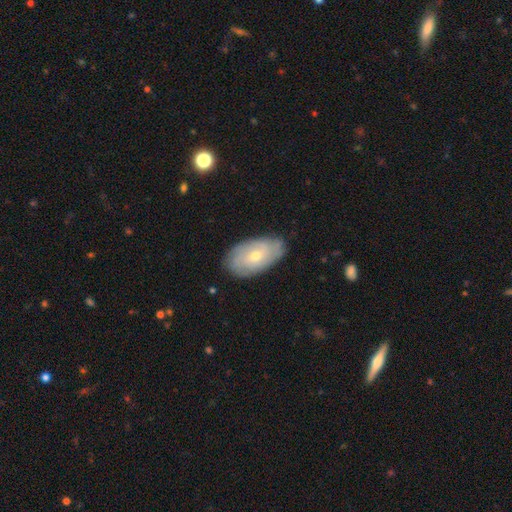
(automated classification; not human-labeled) smooth-or-featured: featured or disk: 59% | smooth: 34% | star or artifact: 7%
  disk-edge-on: no: 92% | yes: 8%
    bar: no: 75% | weak: 21% | strong: 4%
    has-spiral-arms: yes: 75% | no: 25%
    bulge-size: small: 56% | moderate: 41% | large: 1% | none: 1% | dominant: 1%
  merging: none: 79% | minor disturbance: 16% | major disturbance: 3% | merger: 1%